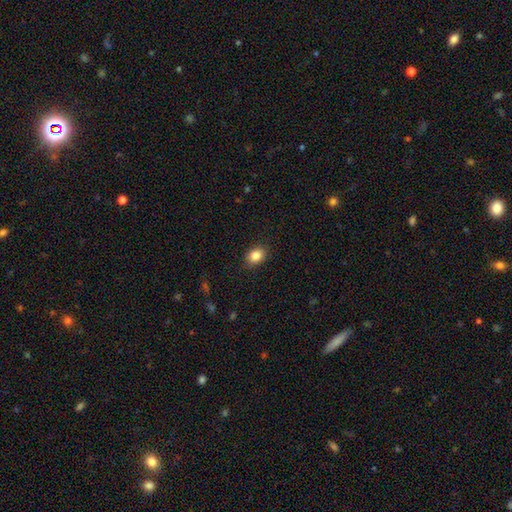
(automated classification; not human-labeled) Overall: smooth (85%). How rounded: in between (55%; round 44%). Merging: none (87%).